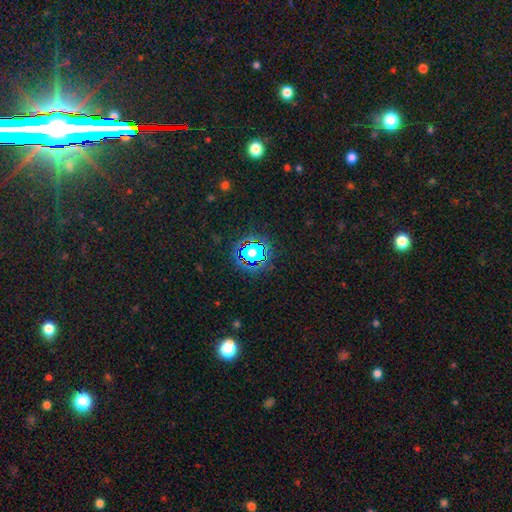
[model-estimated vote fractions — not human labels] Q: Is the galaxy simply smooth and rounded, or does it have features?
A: star or artifact — 82%.